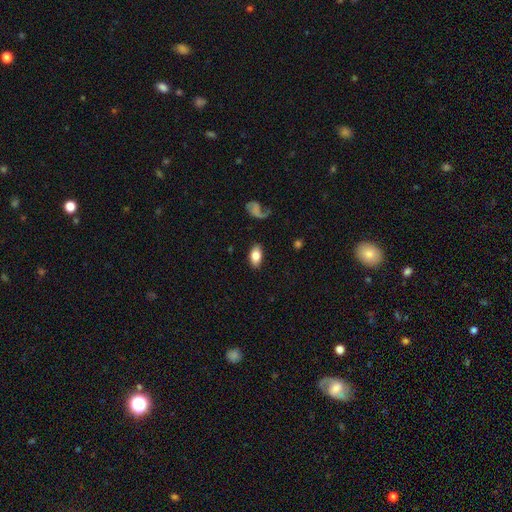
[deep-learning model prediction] Smooth or featured? smooth (76%)
How rounded? in between (91%)
Merging? none (85%)